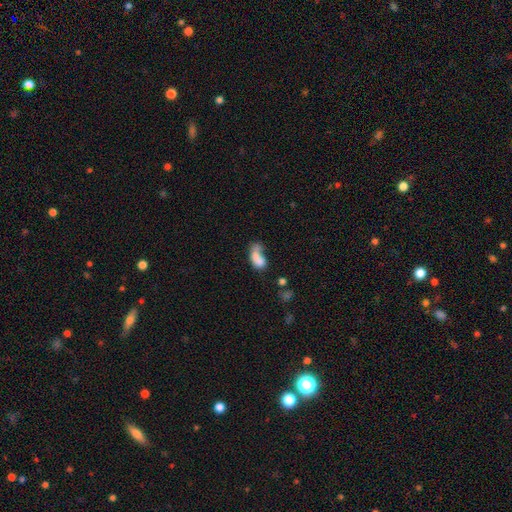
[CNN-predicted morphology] The model was most divided on "smooth or featured": smooth: 66%, featured or disk: 23%, star or artifact: 10%. More confident: how rounded — in between (77%); merging — merger (62%).